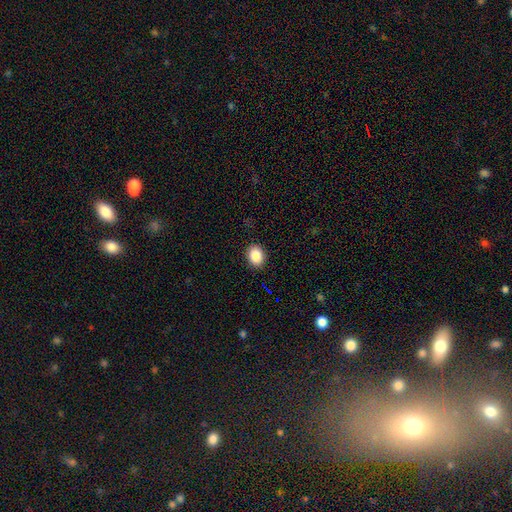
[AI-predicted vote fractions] Smooth or featured? Predicted: smooth (p=0.87). How rounded? Predicted: in between (p=0.58). Merging? Predicted: none (p=0.90).